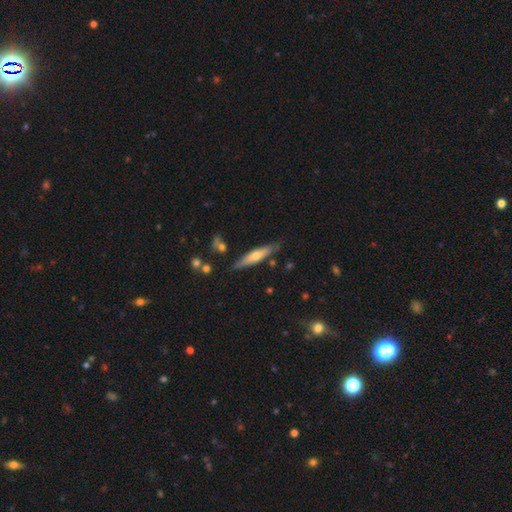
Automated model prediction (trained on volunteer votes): This appears to be a featured or disk galaxy (49%). Merging: none (84%).